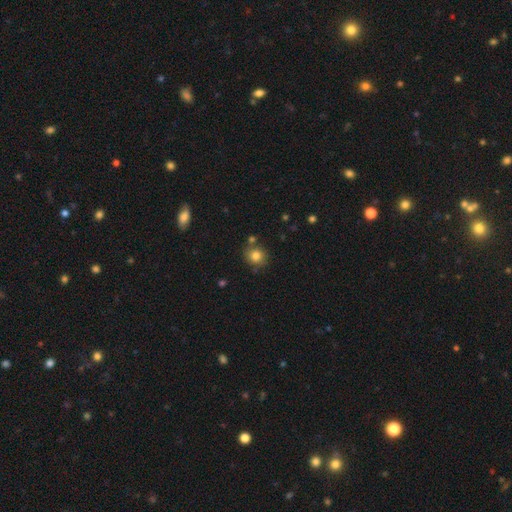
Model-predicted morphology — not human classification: This is clearly a smooth galaxy (81%). How rounded: clearly round (84%). Merging: likely none (77%).